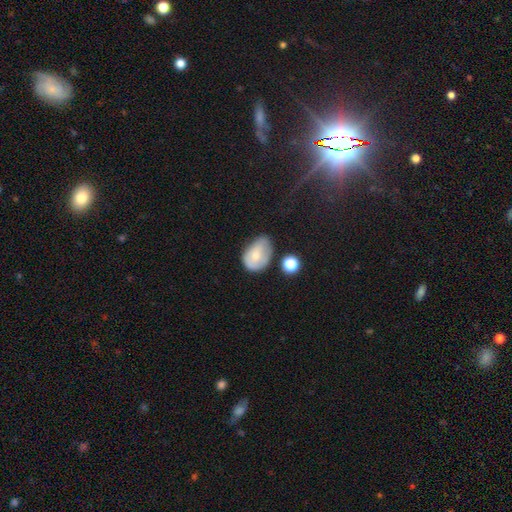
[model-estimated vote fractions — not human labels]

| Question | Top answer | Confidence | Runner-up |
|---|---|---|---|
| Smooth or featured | smooth | 66% | featured or disk (25%) |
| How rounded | in between | 80% | round (18%) |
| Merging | minor disturbance | 42% | none (36%) |